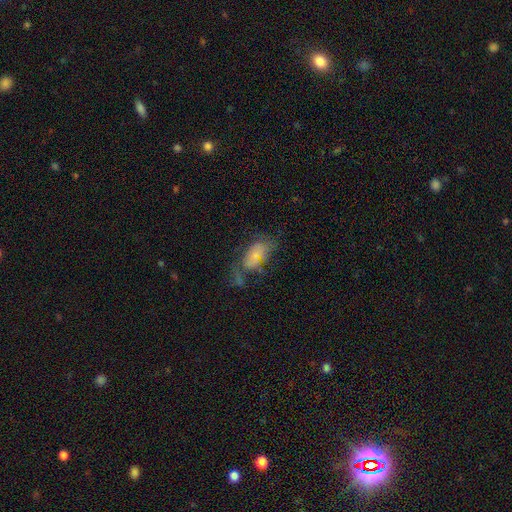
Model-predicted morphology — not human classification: Overall: smooth (56%; featured or disk 32%). How rounded: in between (91%). Merging: none (32%, tied with major disturbance).